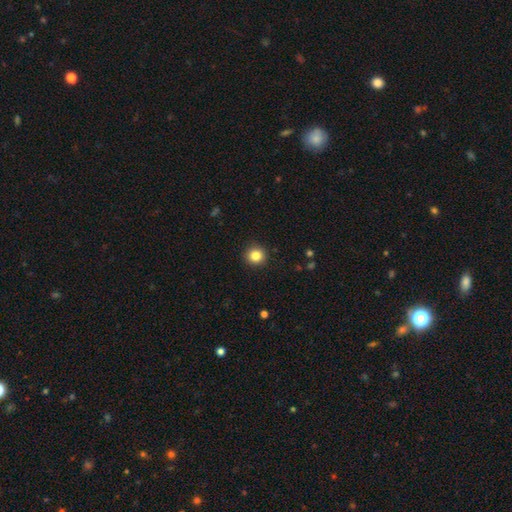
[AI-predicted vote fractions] Overall: smooth (84%). How rounded: round (94%). Merging: none (92%).